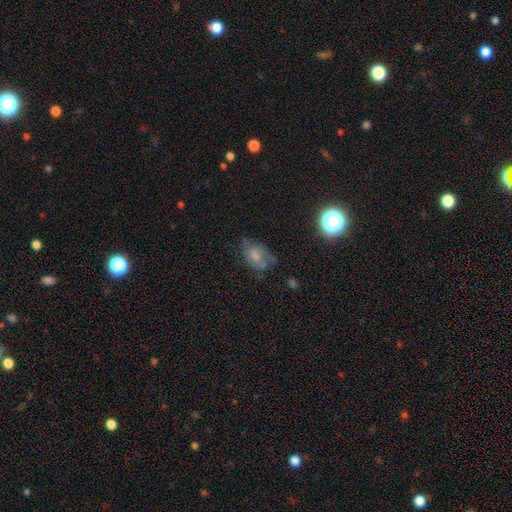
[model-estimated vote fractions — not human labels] smooth 44%, featured or disk 41%, star or artifact 15%. Down the decision tree: merging — none (48%).